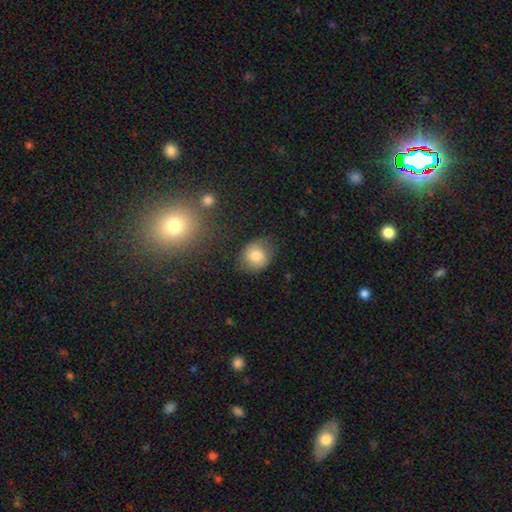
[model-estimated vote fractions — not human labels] The model was most divided on "how rounded": round: 74%, in between: 25%, cigar-shaped: 1%. More confident: smooth or featured — smooth (80%); merging — none (70%).